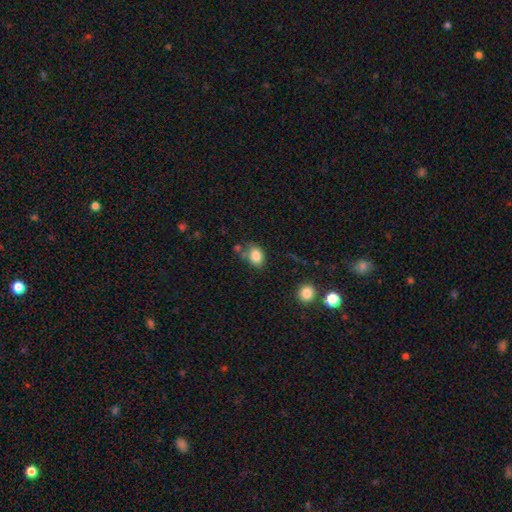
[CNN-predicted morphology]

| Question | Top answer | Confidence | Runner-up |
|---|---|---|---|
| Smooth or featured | smooth | 83% | star or artifact (9%) |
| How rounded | in between | 65% | round (34%) |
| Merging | none | 67% | minor disturbance (18%) |